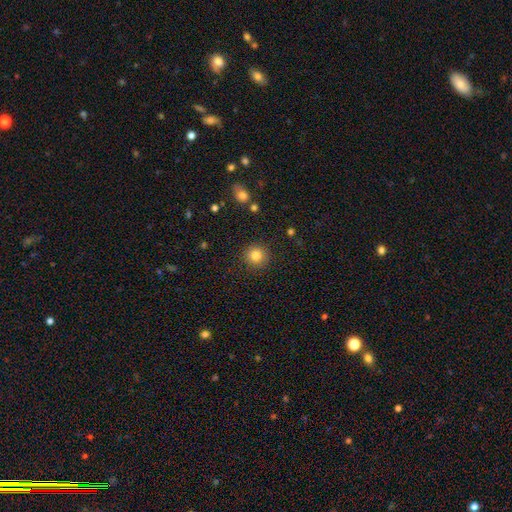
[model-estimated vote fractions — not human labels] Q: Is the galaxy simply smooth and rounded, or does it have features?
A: smooth — 83%.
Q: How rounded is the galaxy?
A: round — 94%.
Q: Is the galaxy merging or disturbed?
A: none — 91%.